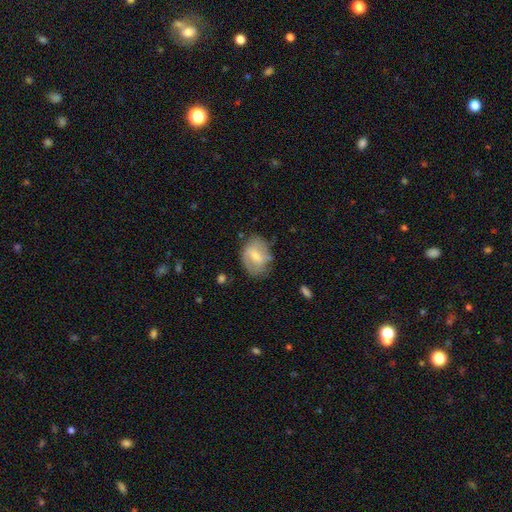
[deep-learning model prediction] smooth-or-featured: smooth: 51% | featured or disk: 42% | star or artifact: 7%
  how-rounded: in between: 66% | round: 33% | cigar-shaped: 1%
  merging: none: 64% | minor disturbance: 25% | major disturbance: 9% | merger: 2%